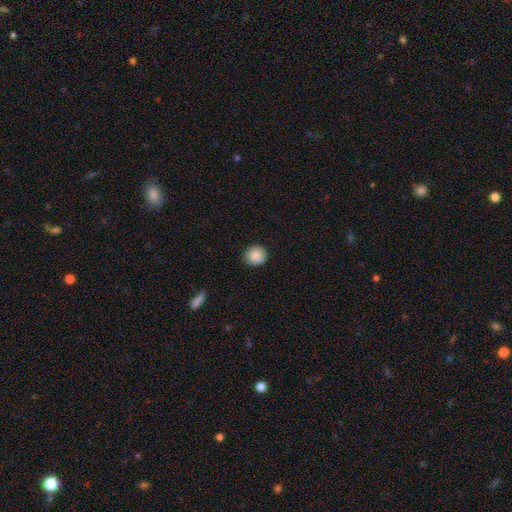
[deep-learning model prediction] smooth 87%, star or artifact 8%, featured or disk 5%. Down the decision tree: how rounded — round (88%); merging — none (89%).